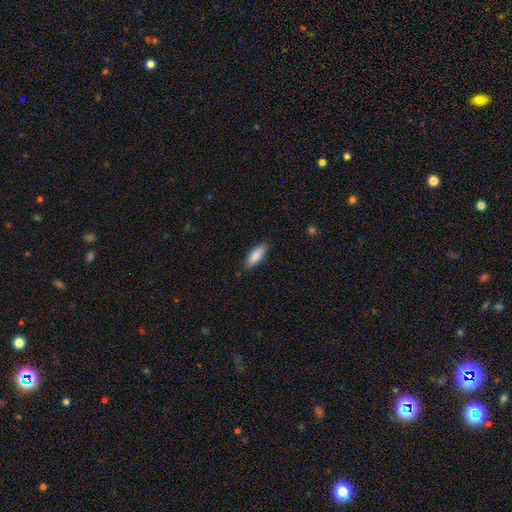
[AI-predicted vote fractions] Overall: smooth (86%). How rounded: in between (69%). Merging: none (84%).